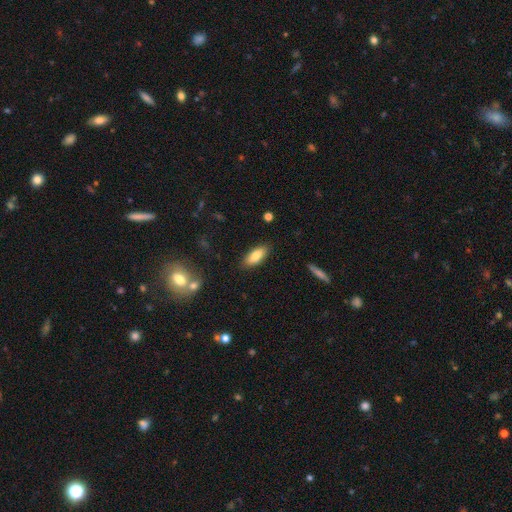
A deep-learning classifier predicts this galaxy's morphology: smooth-or-featured: smooth: 80% | featured or disk: 13% | star or artifact: 7%
  how-rounded: in between: 81% | cigar-shaped: 16% | round: 2%
  merging: none: 87% | minor disturbance: 10% | major disturbance: 2% | merger: 1%